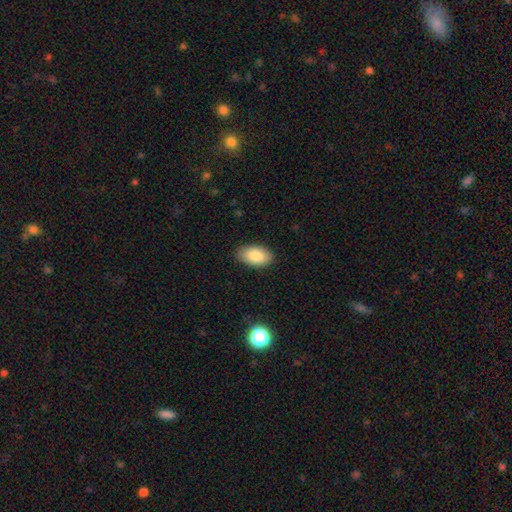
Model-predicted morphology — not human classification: smooth-or-featured: smooth: 85% | featured or disk: 9% | star or artifact: 7%
  how-rounded: in between: 94% | round: 4% | cigar-shaped: 2%
  merging: none: 86% | minor disturbance: 10% | major disturbance: 2% | merger: 1%